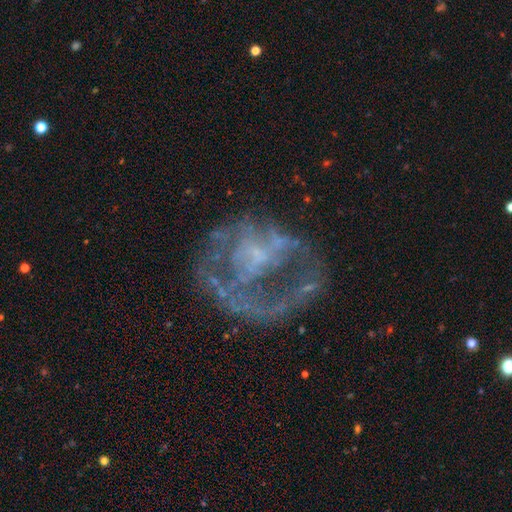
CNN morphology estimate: Smooth or featured?
  - featured or disk: 74% *
  - smooth: 14%
  - star or artifact: 13%
Edge-on disk?
  - no: 98% *
  - yes: 2%
Bar?
  - no: 74% *
  - weak: 21%
  - strong: 5%
Spiral arms?
  - no: 57% *
  - yes: 43%
Bulge size?
  - none: 50% *
  - small: 32%
  - moderate: 14%
  - large: 2%
  - dominant: 1%
Merging?
  - none: 41% *
  - major disturbance: 39%
  - minor disturbance: 15%
  - merger: 5%